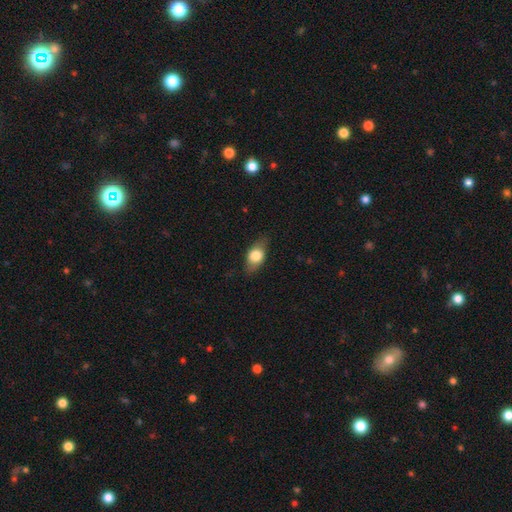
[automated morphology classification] Overall: smooth (69%). How rounded: in between (79%). Merging: none (78%).